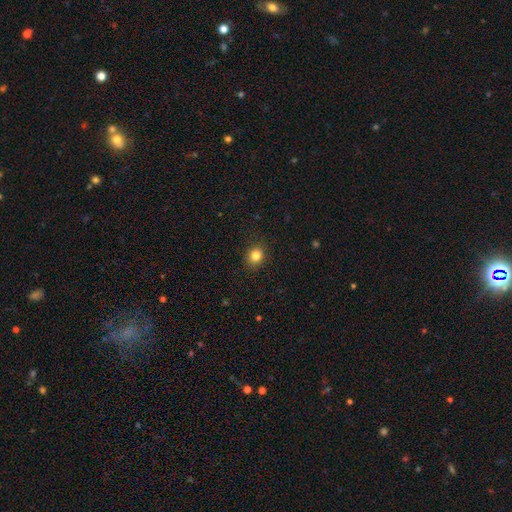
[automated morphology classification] Smooth or featured: smooth — 84% (star or artifact — 11%)
How rounded: round — 71% (in between — 28%)
Merging: none — 88% (minor disturbance — 8%)